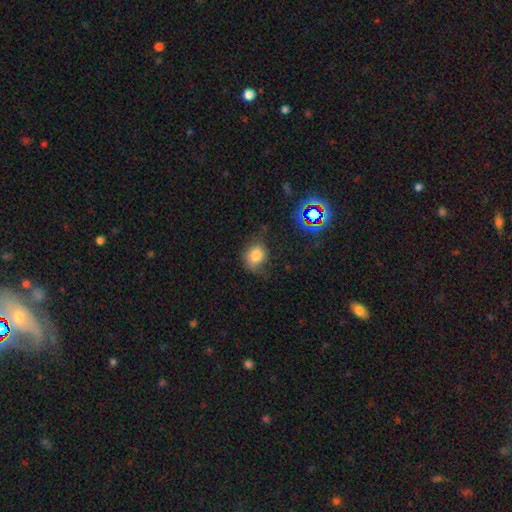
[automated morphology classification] This is likely a smooth galaxy (76%). How rounded: likely round (66%). Merging: possibly none (58%).